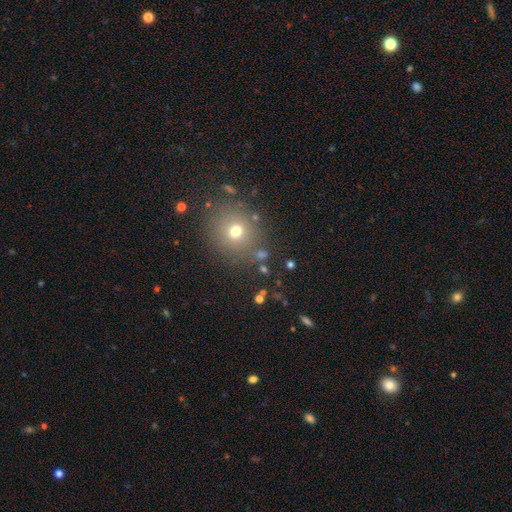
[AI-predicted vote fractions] Smooth or featured: smooth — 56% (star or artifact — 34%)
How rounded: round — 83% (in between — 16%)
Merging: none — 83% (minor disturbance — 9%)